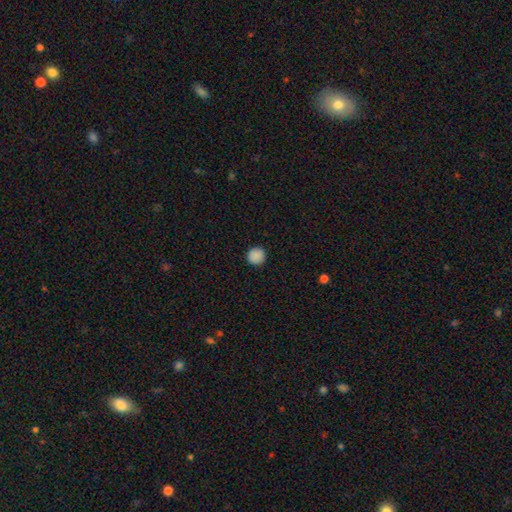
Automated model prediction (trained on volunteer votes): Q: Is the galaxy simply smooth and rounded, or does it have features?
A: smooth — 88%.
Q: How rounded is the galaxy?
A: round — 94%.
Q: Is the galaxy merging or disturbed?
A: none — 91%.